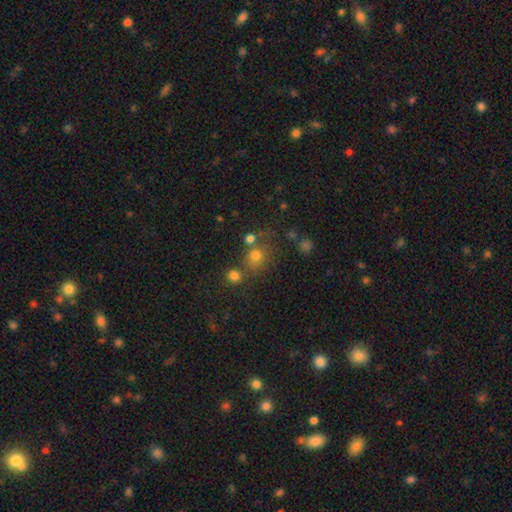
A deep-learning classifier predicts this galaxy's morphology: smooth_or_featured: smooth (p=0.68) [alt: star or artifact p=0.22]
how_rounded: round (p=0.79) [alt: in between p=0.20]
merging: none (p=0.63) [alt: merger p=0.20]